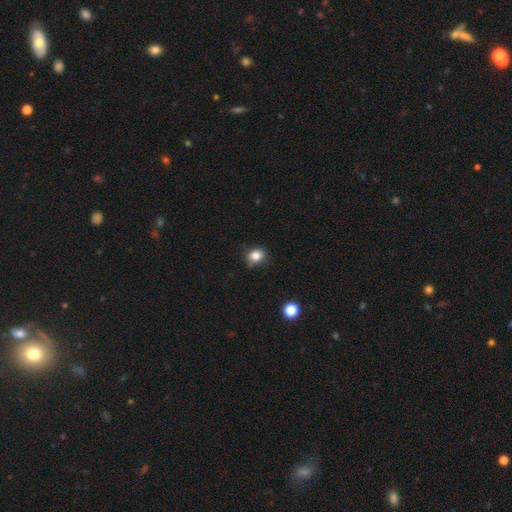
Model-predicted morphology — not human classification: Overall: smooth (83%). How rounded: round (66%; in between 33%). Merging: none (75%).